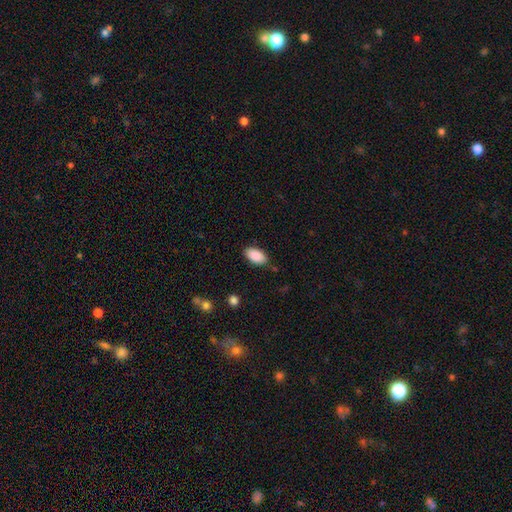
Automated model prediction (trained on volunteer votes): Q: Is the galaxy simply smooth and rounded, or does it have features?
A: smooth — 89%.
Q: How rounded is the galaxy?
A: in between — 94%.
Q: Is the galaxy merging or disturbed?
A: none — 84%.